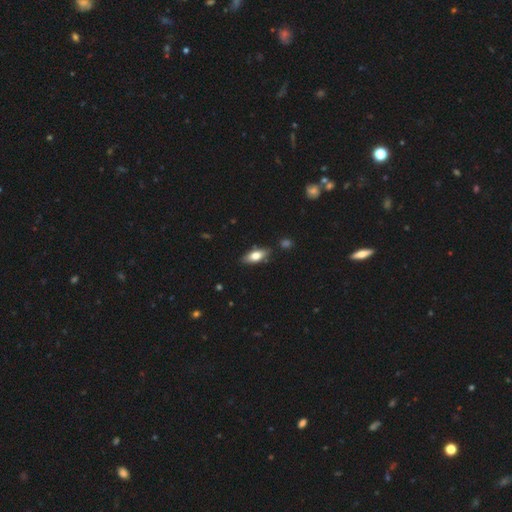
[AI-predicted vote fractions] This appears to be a smooth galaxy with no disk features (70%) that is in between round and cigar-shaped (77%). Merging: none (82%).